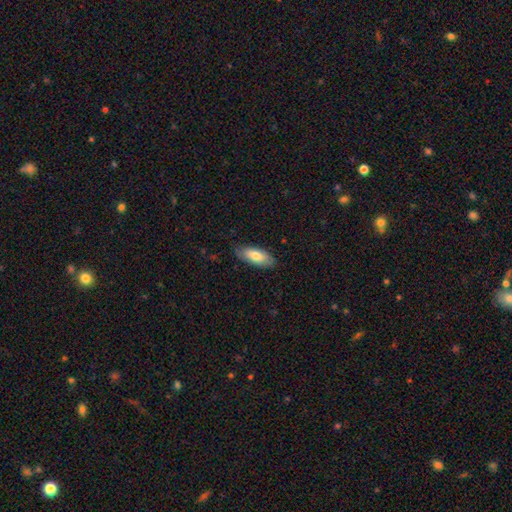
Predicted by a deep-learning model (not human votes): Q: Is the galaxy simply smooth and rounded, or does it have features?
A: smooth — 73%.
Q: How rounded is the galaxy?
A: in between — 82%.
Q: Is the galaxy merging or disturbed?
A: none — 80%.